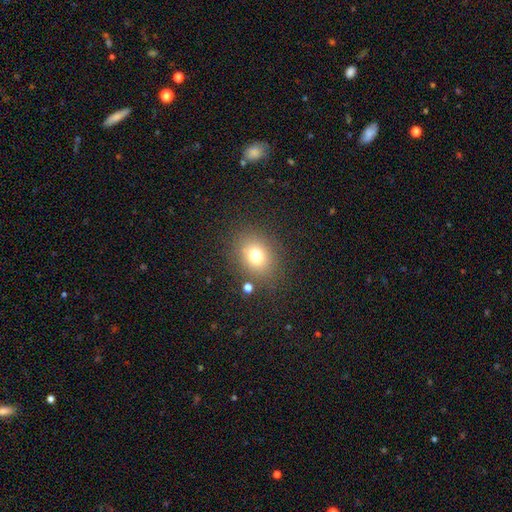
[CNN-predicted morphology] Smooth or featured? Predicted: smooth (p=0.74). How rounded? Predicted: round (p=0.56). Merging? Predicted: none (p=0.82).